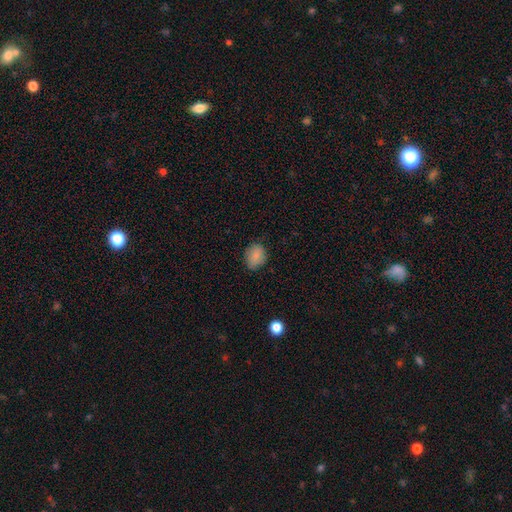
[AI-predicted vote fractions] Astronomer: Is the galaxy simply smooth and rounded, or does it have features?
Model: smooth — 85%.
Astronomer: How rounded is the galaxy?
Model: in between — 51% (runner-up: round, 48%).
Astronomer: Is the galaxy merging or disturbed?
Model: none — 82%.